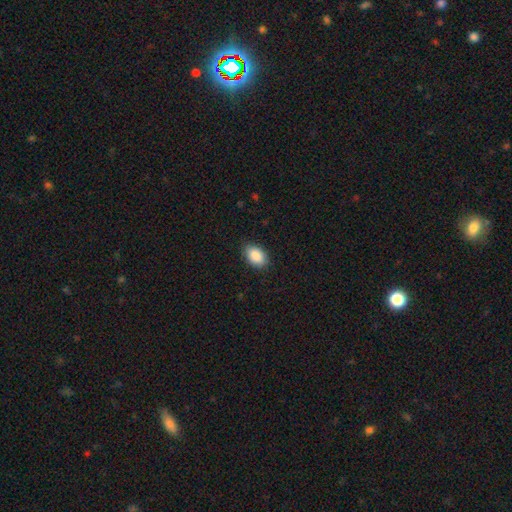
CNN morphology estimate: This is clearly a smooth galaxy (89%). How rounded: clearly in between (89%). Merging: clearly none (85%).